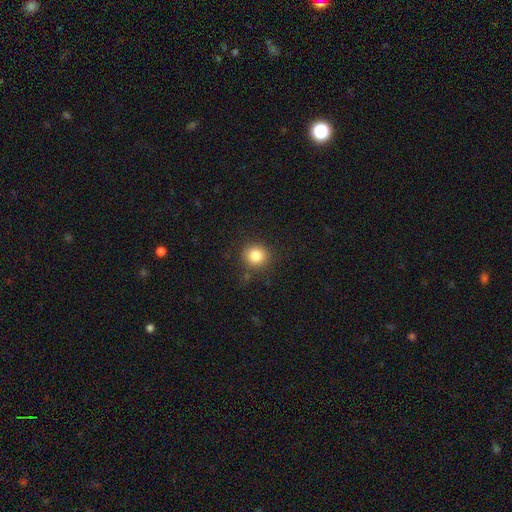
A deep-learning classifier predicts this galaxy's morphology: The model was most divided on "smooth or featured": smooth: 83%, star or artifact: 11%, featured or disk: 6%. More confident: how rounded — round (89%); merging — none (87%).